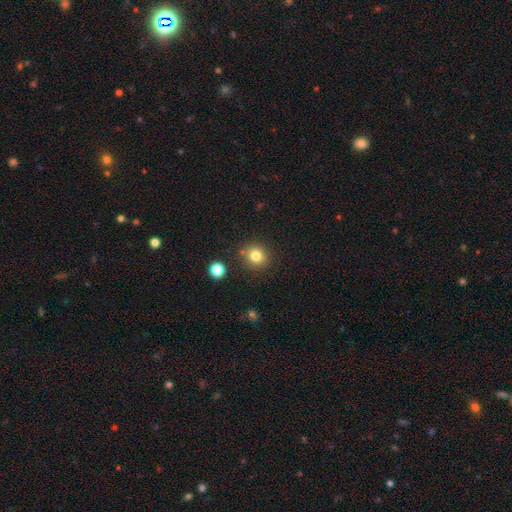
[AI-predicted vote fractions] The model was most divided on "how rounded": round: 83%, in between: 16%, cigar-shaped: 1%. More confident: merging — none (83%); smooth or featured — smooth (81%).